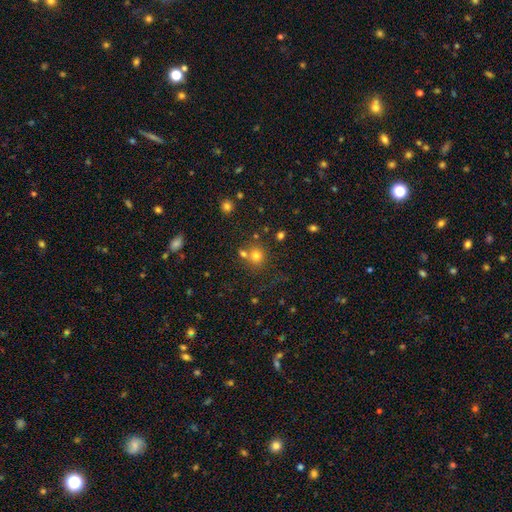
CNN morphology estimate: Smooth or featured?
  - smooth: 74% *
  - star or artifact: 17%
  - featured or disk: 9%
How rounded?
  - round: 85% *
  - in between: 14%
  - cigar-shaped: 1%
Merging?
  - none: 61% *
  - merger: 25%
  - minor disturbance: 10%
  - major disturbance: 4%